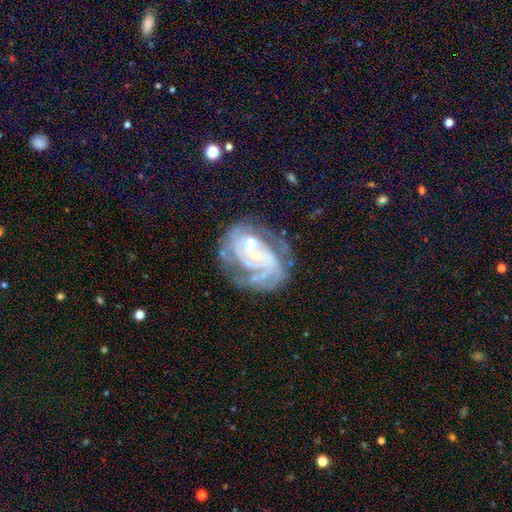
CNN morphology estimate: A featured or disk galaxy (83%) with no bar (65%), 2 (27%) tight (59%) spiral arms (92%) and a moderate central bulge (48%).

Vote fractions:
- Smooth or featured? featured or disk: 83% / star or artifact: 9% / smooth: 8%
- Edge-on disk? no: 97% / yes: 3%
- Bar? no: 65% / weak: 25% / strong: 10%
- Spiral arms? yes: 92% / no: 8%
- Spiral winding? tight: 59% / medium: 31% / loose: 10%
- Spiral arm count? 2: 27% / can't tell: 26% / 3: 23% / 4: 9% / 1: 8% / more than 4: 7%
- Bulge size? moderate: 48% / small: 42% / large: 5% / none: 3% / dominant: 2%
- Merging? none: 57% / minor disturbance: 19% / major disturbance: 17% / merger: 7%